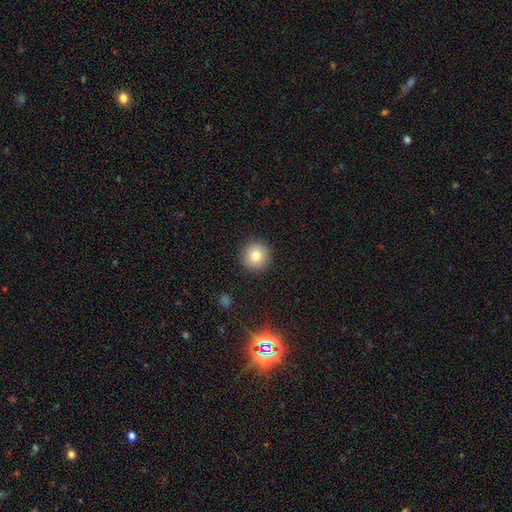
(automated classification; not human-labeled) smooth_or_featured: smooth (p=0.78) [alt: featured or disk p=0.11]
how_rounded: round (p=0.95) [alt: in between p=0.04]
merging: none (p=0.91) [alt: minor disturbance p=0.06]